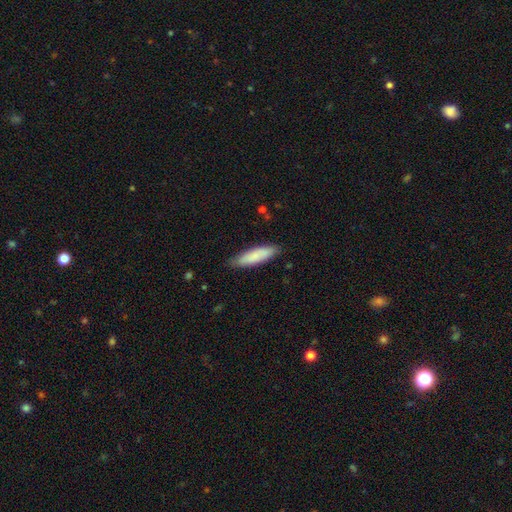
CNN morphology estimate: Q: Smooth or featured?
A: smooth (83%); runner-up: featured or disk (11%)
Q: How rounded?
A: cigar-shaped (65%); runner-up: in between (33%)
Q: Merging?
A: none (85%); runner-up: minor disturbance (12%)